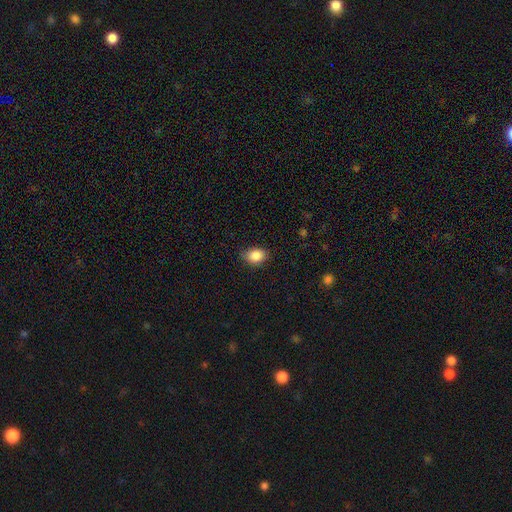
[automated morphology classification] Smooth or featured: smooth — 87% (star or artifact — 8%)
How rounded: in between — 69% (round — 30%)
Merging: none — 82% (minor disturbance — 14%)